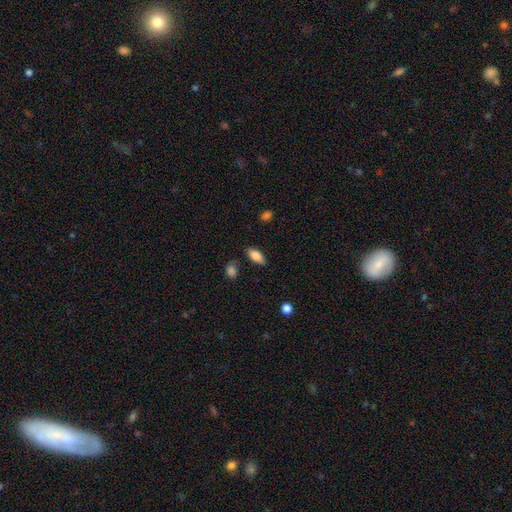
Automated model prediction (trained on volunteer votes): This appears to be a smooth galaxy with no disk features (83%) that is in between round and cigar-shaped (87%). Merging: none (80%).